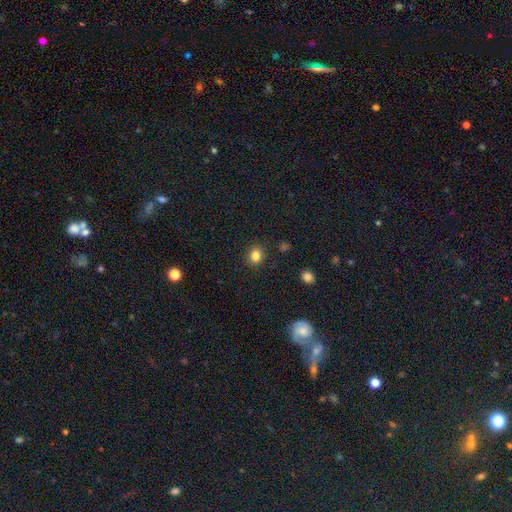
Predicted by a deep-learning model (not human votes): A smooth galaxy with no disk features (83%) that is round (68%). Merging: none (89%).